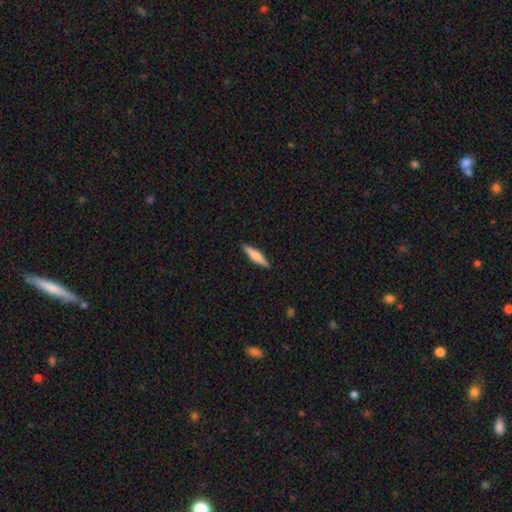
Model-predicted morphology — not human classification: Smooth or featured? Predicted: smooth (p=0.57). How rounded? Predicted: cigar-shaped (p=0.84). Merging? Predicted: none (p=0.91).